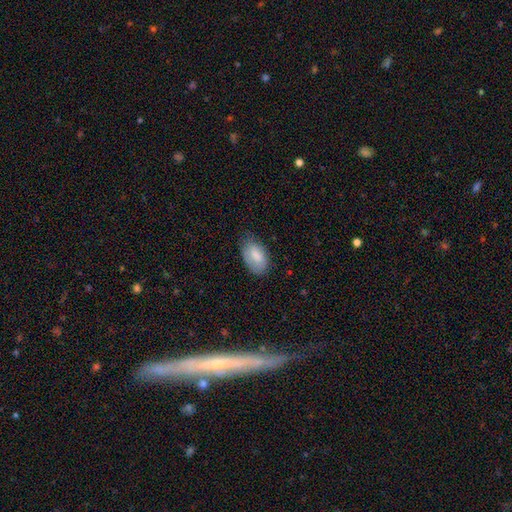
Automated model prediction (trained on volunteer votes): smooth 82%, featured or disk 12%, star or artifact 6%. Down the decision tree: how rounded — in between (94%); merging — none (62%).